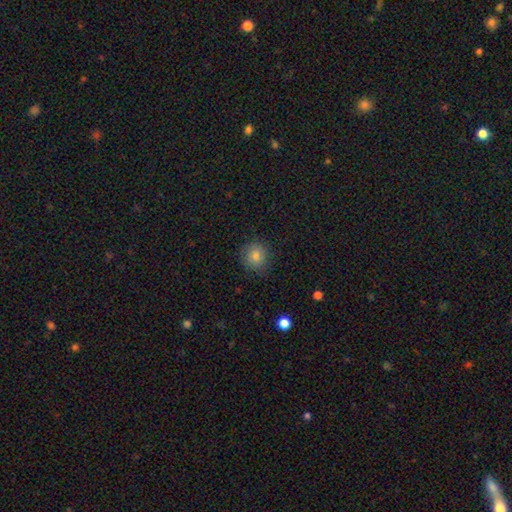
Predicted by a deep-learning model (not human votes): This appears to be a smooth galaxy with no disk features (81%) that is round (89%). Merging: none (85%).